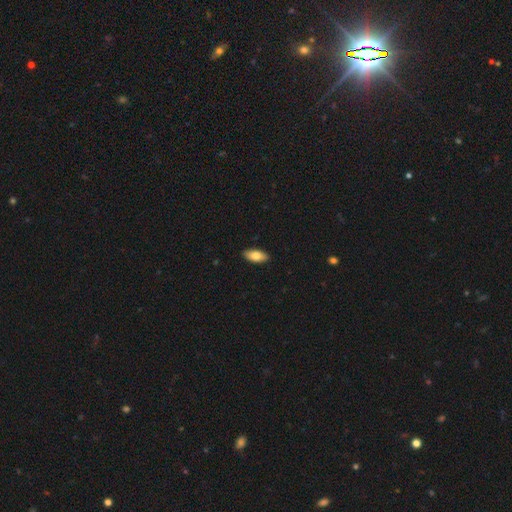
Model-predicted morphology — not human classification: This is clearly a smooth galaxy (81%). How rounded: clearly in between (88%). Merging: clearly none (90%).